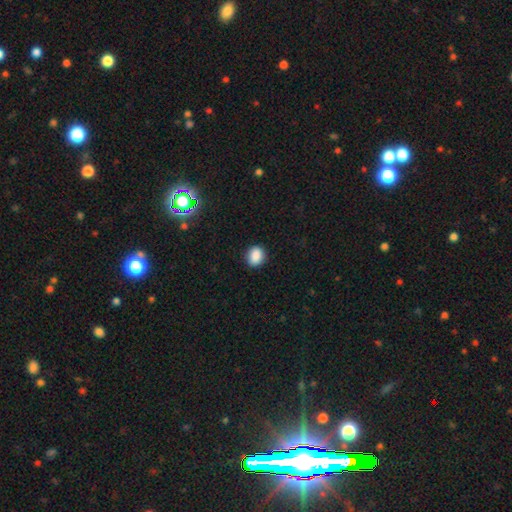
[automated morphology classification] Smooth or featured?
  - smooth: 87% *
  - star or artifact: 10%
  - featured or disk: 3%
How rounded?
  - round: 56% *
  - in between: 43%
  - cigar-shaped: 1%
Merging?
  - none: 87% *
  - minor disturbance: 10%
  - major disturbance: 2%
  - merger: 1%